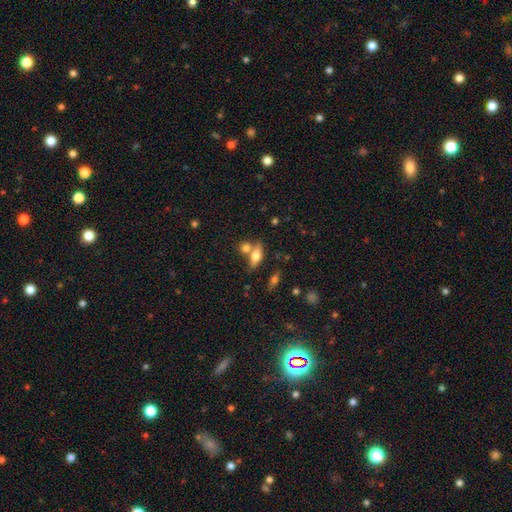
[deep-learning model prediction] smooth-or-featured: smooth: 61% | featured or disk: 29% | star or artifact: 10%
  how-rounded: in between: 66% | cigar-shaped: 23% | round: 10%
  merging: none: 53% | merger: 32% | minor disturbance: 11% | major disturbance: 4%